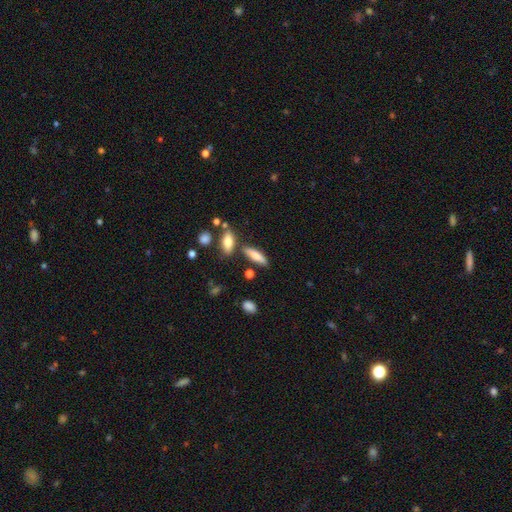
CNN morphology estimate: Smooth or featured? smooth (78%)
How rounded? cigar-shaped (57%)
Merging? none (72%)